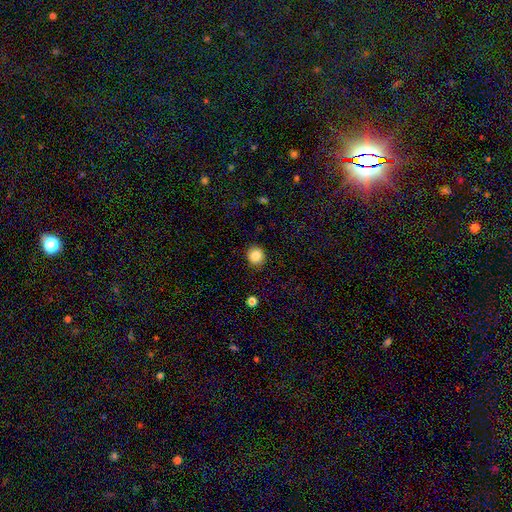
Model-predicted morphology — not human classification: Smooth or featured? Predicted: smooth (p=0.86). How rounded? Predicted: round (p=0.87). Merging? Predicted: none (p=0.89).